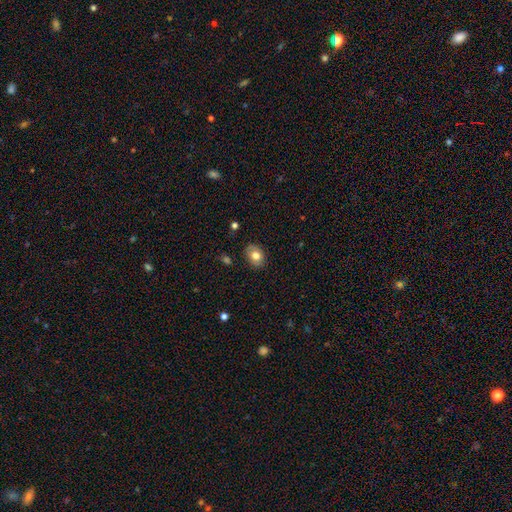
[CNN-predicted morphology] Q: Smooth or featured?
A: smooth (74%); runner-up: featured or disk (18%)
Q: How rounded?
A: in between (68%); runner-up: round (31%)
Q: Merging?
A: none (84%); runner-up: minor disturbance (13%)